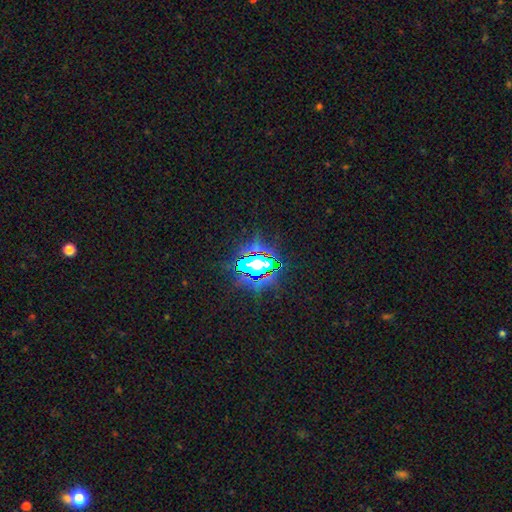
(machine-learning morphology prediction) Smooth or featured?
  - star or artifact: 81% *
  - smooth: 11%
  - featured or disk: 8%